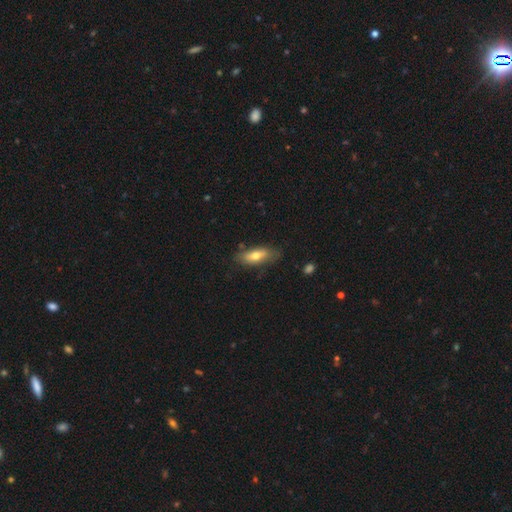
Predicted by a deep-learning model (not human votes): Smooth or featured? Predicted: smooth (p=0.66). How rounded? Predicted: in between (p=0.66). Merging? Predicted: none (p=0.74).